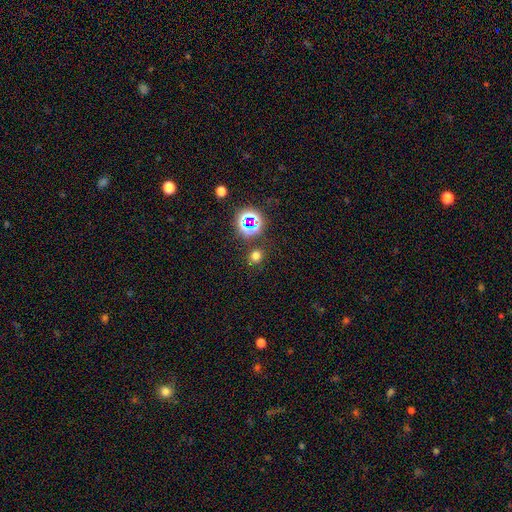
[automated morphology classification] A smooth galaxy with no disk features (68%) that is round (76%). Merging: none (84%).